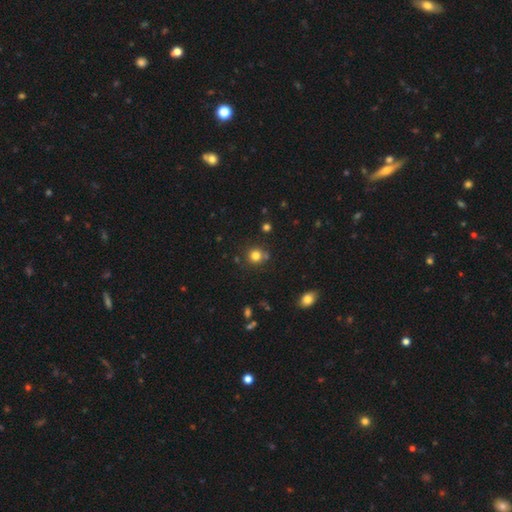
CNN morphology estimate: Smooth or featured: smooth — 79% (star or artifact — 14%)
How rounded: round — 90% (in between — 9%)
Merging: none — 77% (minor disturbance — 10%)